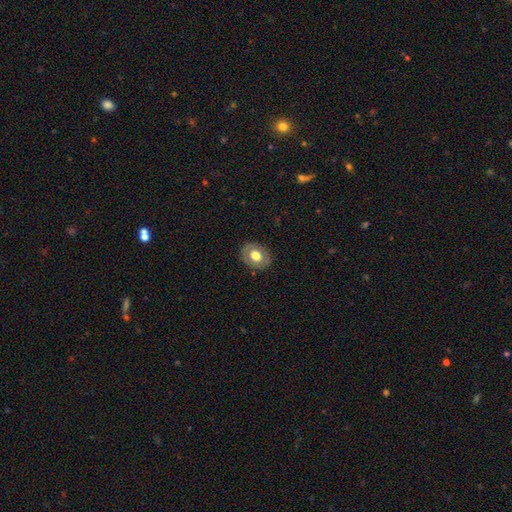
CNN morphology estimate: A smooth galaxy with no disk features (56%) that is in between round and cigar-shaped (55%).

Vote fractions:
- Smooth or featured? smooth: 56% / featured or disk: 38% / star or artifact: 7%
- How rounded? in between: 55% / round: 44% / cigar-shaped: 1%
- Merging? none: 83% / minor disturbance: 12% / major disturbance: 4% / merger: 1%